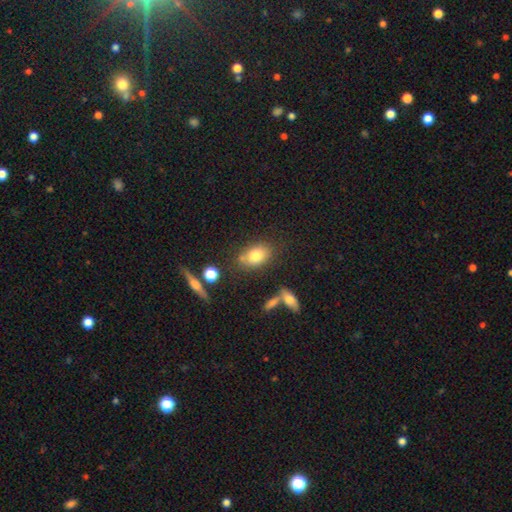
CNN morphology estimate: The model was most divided on "merging": none: 68%, minor disturbance: 16%, merger: 11%, major disturbance: 5%. More confident: how rounded — in between (81%); smooth or featured — smooth (78%).